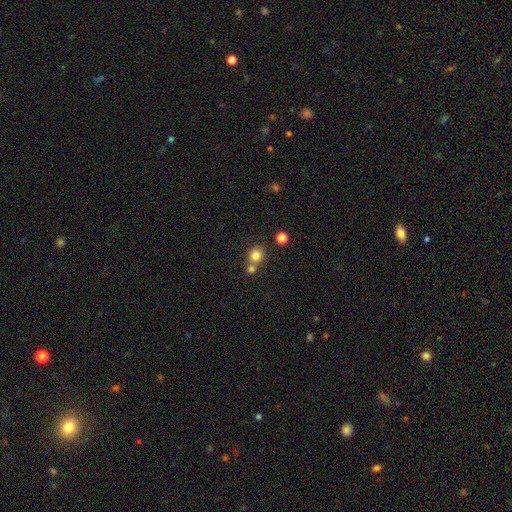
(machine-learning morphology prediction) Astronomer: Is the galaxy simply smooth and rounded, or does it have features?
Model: smooth — 81%.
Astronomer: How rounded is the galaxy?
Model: round — 85%.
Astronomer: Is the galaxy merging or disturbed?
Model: none — 57% (runner-up: merger, 33%).